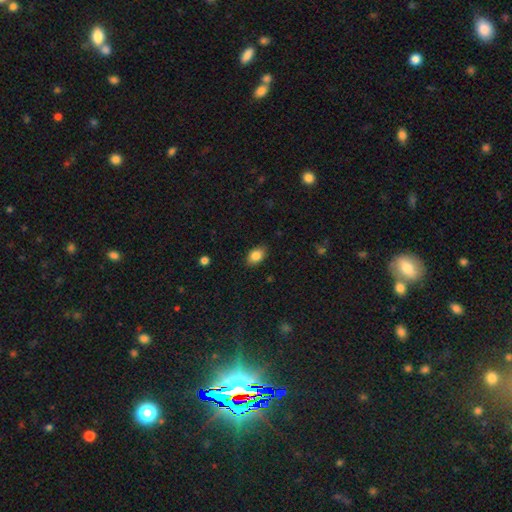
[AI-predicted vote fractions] smooth 84%, star or artifact 8%, featured or disk 8%. Down the decision tree: how rounded — in between (85%); merging — none (86%).